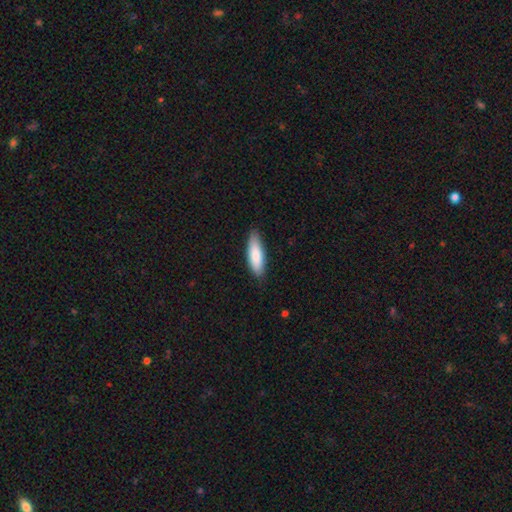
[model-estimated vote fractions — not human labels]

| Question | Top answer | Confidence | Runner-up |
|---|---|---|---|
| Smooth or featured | smooth | 83% | featured or disk (12%) |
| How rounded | in between | 51% | cigar-shaped (48%) |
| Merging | none | 83% | minor disturbance (14%) |